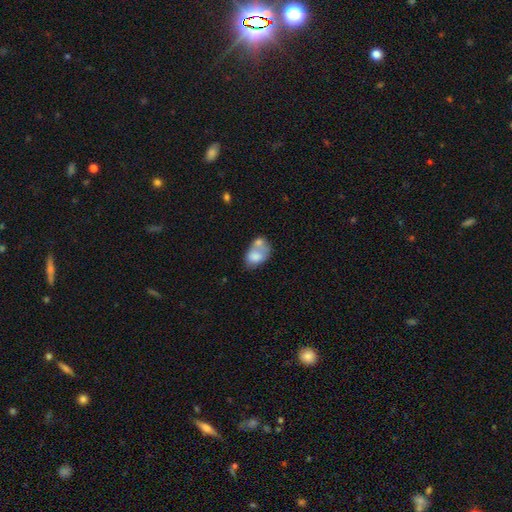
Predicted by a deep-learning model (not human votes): smooth 70%, featured or disk 22%, star or artifact 8%. Down the decision tree: how rounded — in between (80%); merging — merger (53%).